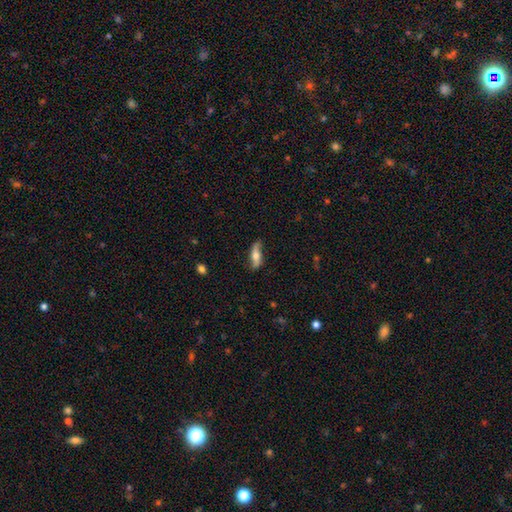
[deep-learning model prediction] Smooth or featured? Predicted: featured or disk (p=0.48). Merging? Predicted: none (p=0.74).